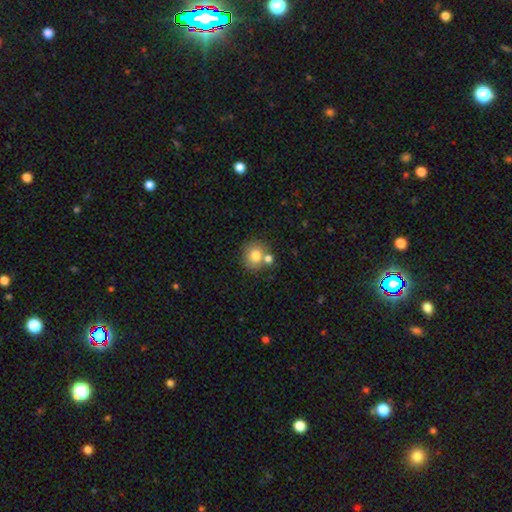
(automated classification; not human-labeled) Smooth or featured? Predicted: smooth (p=0.77). How rounded? Predicted: round (p=0.87). Merging? Predicted: none (p=0.62).